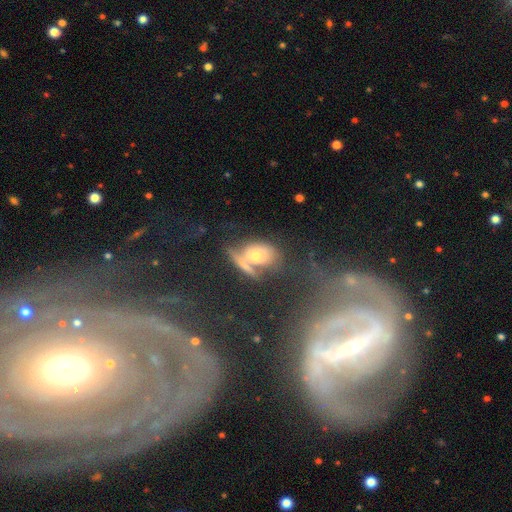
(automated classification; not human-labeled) This is possibly a smooth galaxy (51%). How rounded: likely in between (70%). Merging: marginally none (36%).